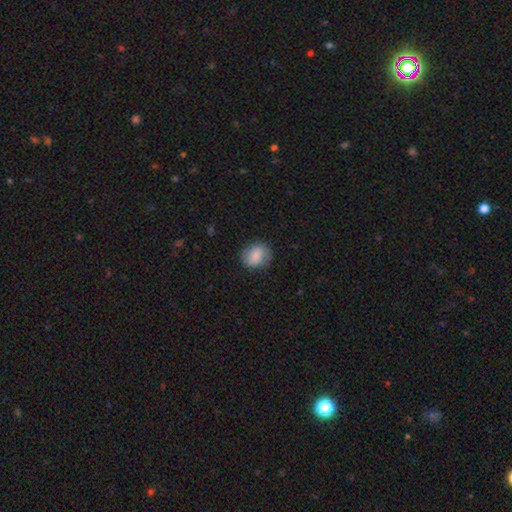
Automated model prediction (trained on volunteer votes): Smooth or featured?
  - smooth: 69% *
  - featured or disk: 23%
  - star or artifact: 8%
How rounded?
  - round: 58% *
  - in between: 41%
  - cigar-shaped: 1%
Merging?
  - none: 79% *
  - minor disturbance: 15%
  - major disturbance: 5%
  - merger: 1%